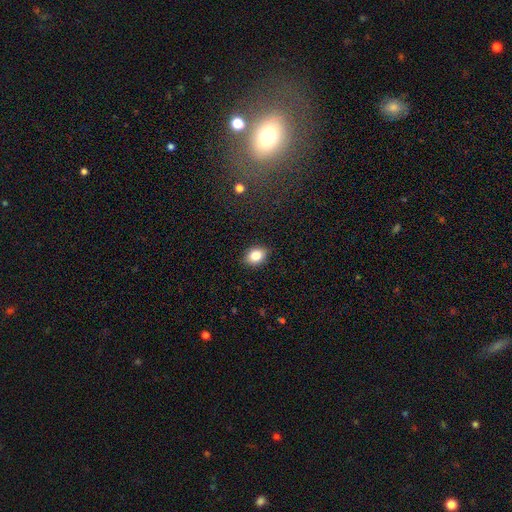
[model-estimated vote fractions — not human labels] Smooth or featured? smooth (82%)
How rounded? in between (68%)
Merging? none (87%)